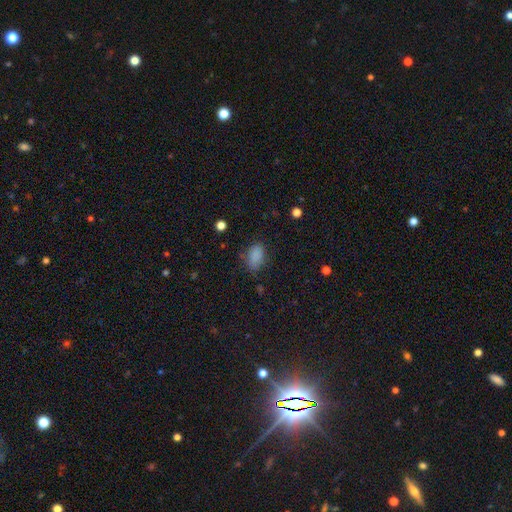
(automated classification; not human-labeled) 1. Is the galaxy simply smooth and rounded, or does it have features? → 83% smooth, 11% star or artifact, 5% featured or disk.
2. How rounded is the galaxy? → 88% in between, 9% round, 2% cigar-shaped.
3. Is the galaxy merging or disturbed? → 67% none, 23% minor disturbance, 8% major disturbance, 2% merger.